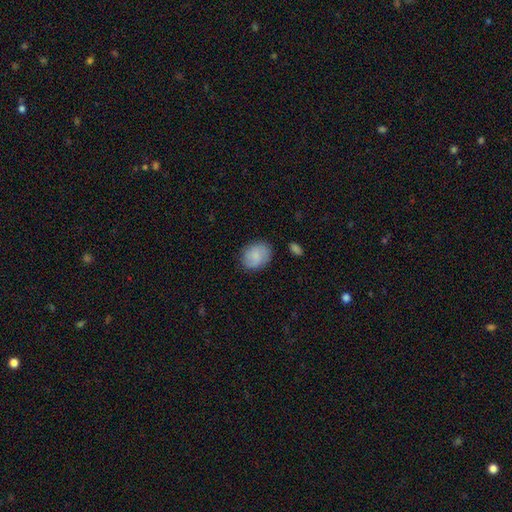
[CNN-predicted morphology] A smooth galaxy with no disk features (77%) that is in between round and cigar-shaped (53%).

Vote fractions:
- Smooth or featured? smooth: 77% / featured or disk: 16% / star or artifact: 7%
- How rounded? in between: 53% / round: 46% / cigar-shaped: 1%
- Merging? none: 78% / minor disturbance: 16% / major disturbance: 4% / merger: 2%